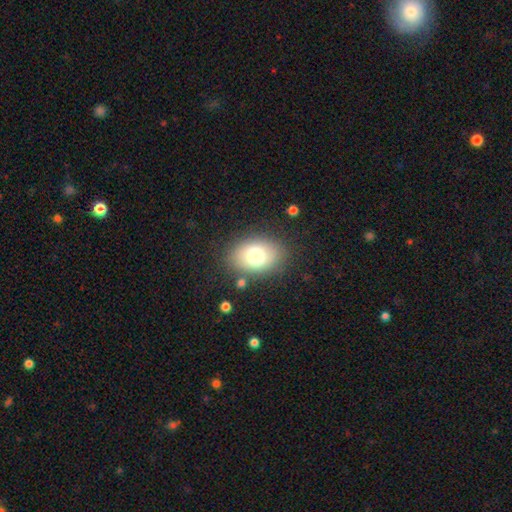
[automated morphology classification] type=smooth (75%); roundness=in between (77%); merging=none (81%).